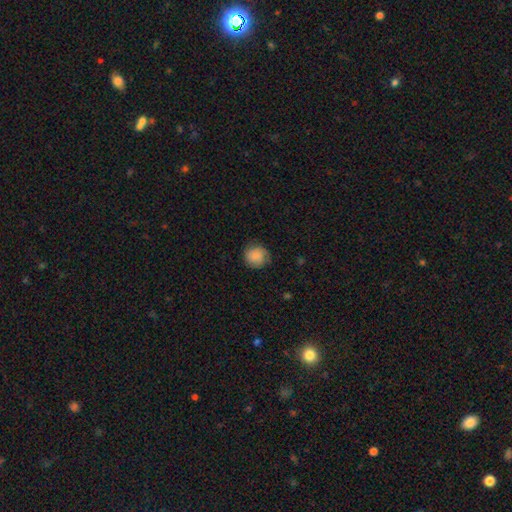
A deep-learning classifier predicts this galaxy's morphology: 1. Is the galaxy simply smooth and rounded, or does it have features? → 82% smooth, 11% featured or disk, 7% star or artifact.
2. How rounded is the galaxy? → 90% round, 9% in between, 1% cigar-shaped.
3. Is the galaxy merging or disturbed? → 76% none, 18% minor disturbance, 5% major disturbance, 1% merger.